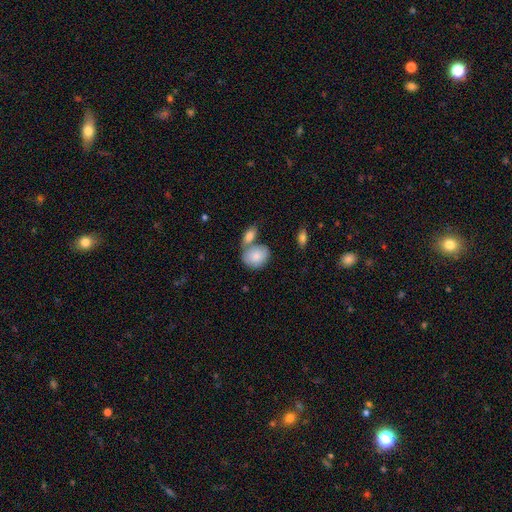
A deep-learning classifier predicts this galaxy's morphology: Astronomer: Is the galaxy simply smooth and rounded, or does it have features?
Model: smooth — 81%.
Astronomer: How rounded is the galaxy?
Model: in between — 51% (runner-up: round, 47%).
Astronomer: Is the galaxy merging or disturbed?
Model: merger — 42% (runner-up: none, 40%).